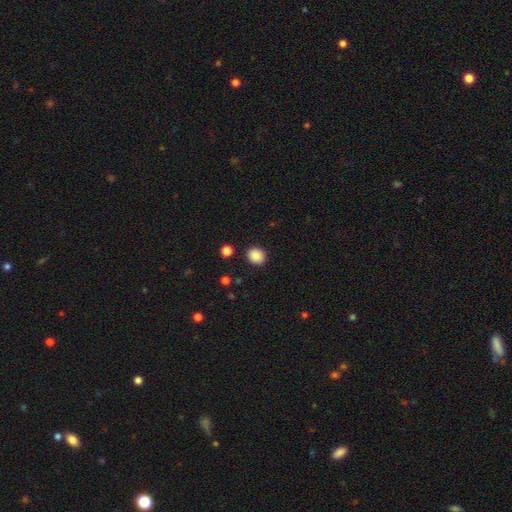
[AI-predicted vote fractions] A smooth galaxy with no disk features (88%) that is round (70%). Merging: none (89%).